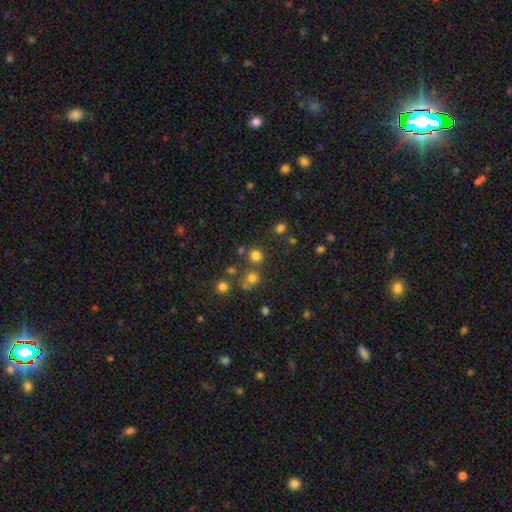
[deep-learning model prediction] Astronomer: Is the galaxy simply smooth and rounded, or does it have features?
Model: smooth — 74%.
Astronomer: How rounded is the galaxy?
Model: round — 91%.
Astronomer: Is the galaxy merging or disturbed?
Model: none — 75%.